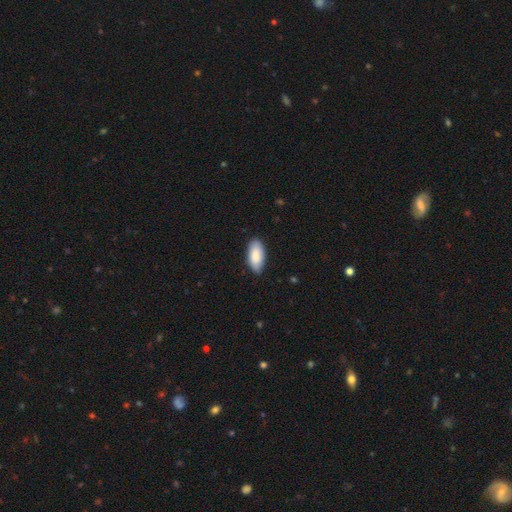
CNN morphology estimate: This is clearly a smooth galaxy (85%). How rounded: clearly in between (93%). Merging: clearly none (82%).